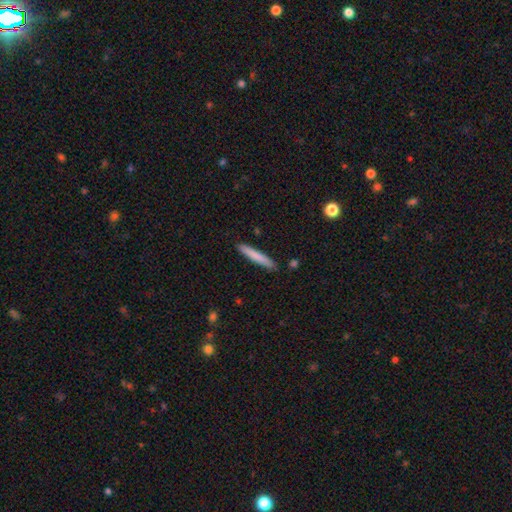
smooth-or-featured: smooth: 82% | featured or disk: 15% | star or artifact: 3%
  how-rounded: cigar-shaped: 100% | round: 0% | in between: 0%
  merging: none: 95% | minor disturbance: 3% | major disturbance: 3% | merger: 0%